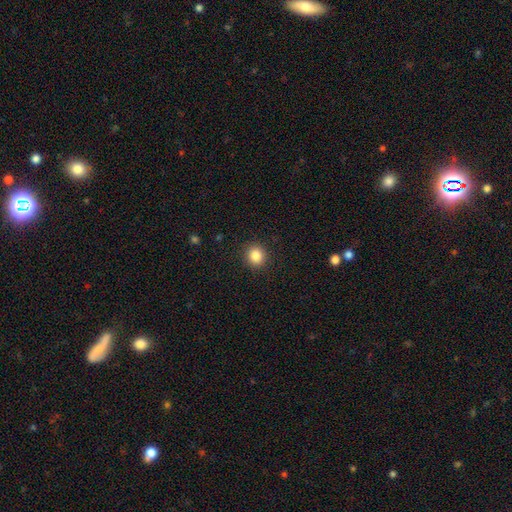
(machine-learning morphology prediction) Smooth or featured? smooth (85%)
How rounded? round (85%)
Merging? none (91%)